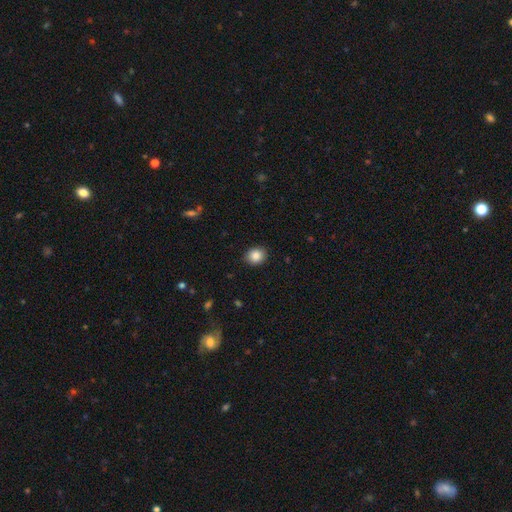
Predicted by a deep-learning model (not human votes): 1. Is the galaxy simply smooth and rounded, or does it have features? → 87% smooth, 9% star or artifact, 4% featured or disk.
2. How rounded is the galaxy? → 69% round, 30% in between, 1% cigar-shaped.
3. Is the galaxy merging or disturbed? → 89% none, 8% minor disturbance, 2% major disturbance, 1% merger.